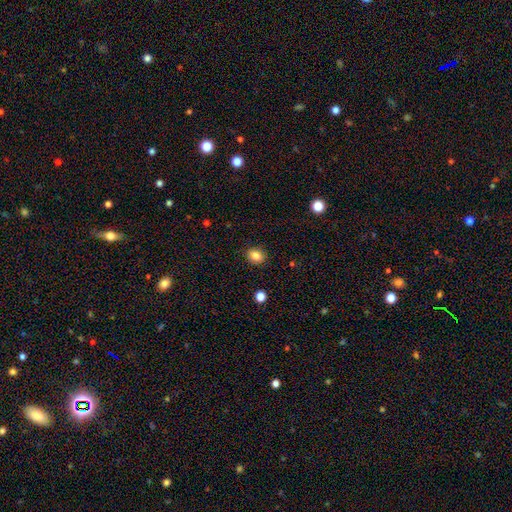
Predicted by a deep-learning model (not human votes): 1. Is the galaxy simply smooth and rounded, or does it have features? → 83% smooth, 10% star or artifact, 6% featured or disk.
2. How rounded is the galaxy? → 62% round, 37% in between, 1% cigar-shaped.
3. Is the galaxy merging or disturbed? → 89% none, 8% minor disturbance, 2% major disturbance, 1% merger.